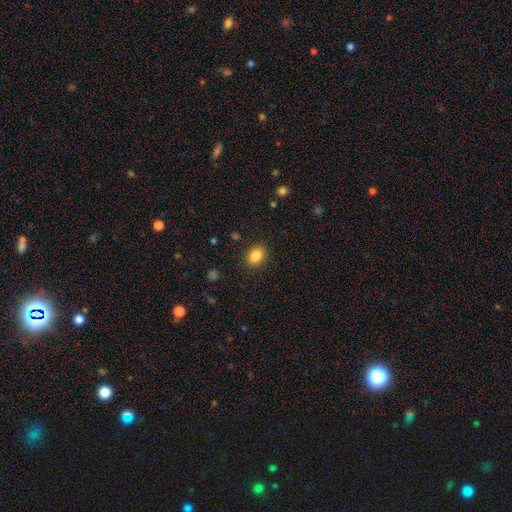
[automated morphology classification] smooth 85%, star or artifact 9%, featured or disk 6%. Down the decision tree: how rounded — in between (65%); merging — none (88%).